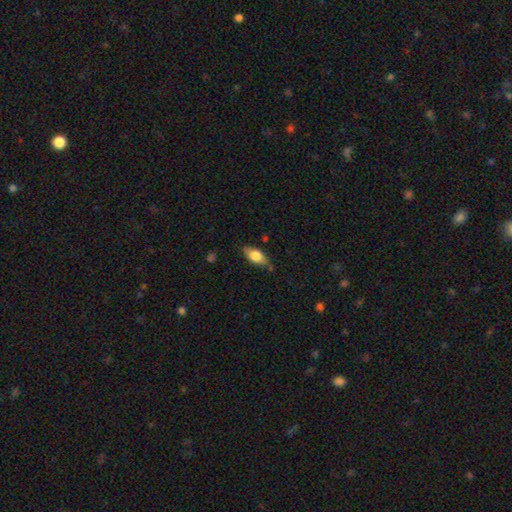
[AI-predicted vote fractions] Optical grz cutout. It shows a smooth galaxy with no disk features (71%) that is in between round and cigar-shaped (86%). Merging: none (71%).